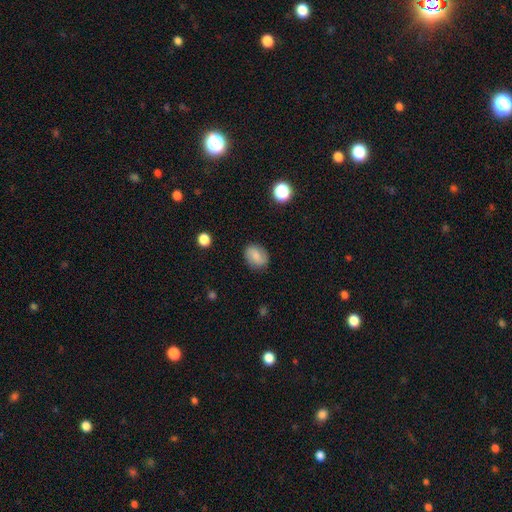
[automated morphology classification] Q: Smooth or featured?
A: smooth (61%); runner-up: featured or disk (29%)
Q: How rounded?
A: in between (59%); runner-up: round (39%)
Q: Merging?
A: none (82%); runner-up: minor disturbance (13%)